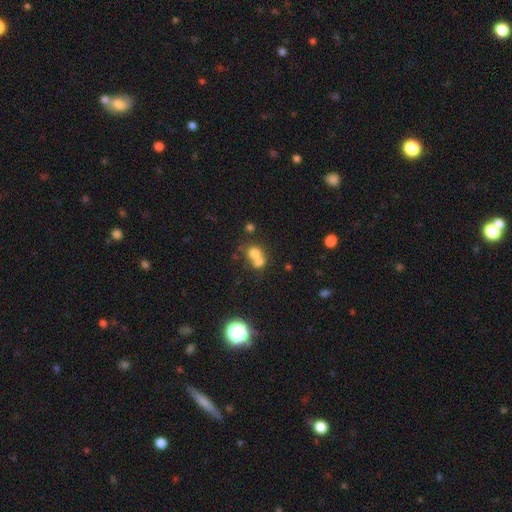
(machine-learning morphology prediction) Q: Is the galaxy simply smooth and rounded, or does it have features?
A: smooth — 69%.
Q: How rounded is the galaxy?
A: round — 73%.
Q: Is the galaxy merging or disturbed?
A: merger — 62%.